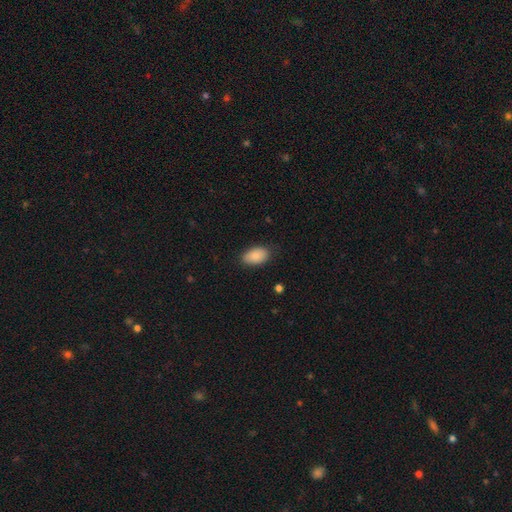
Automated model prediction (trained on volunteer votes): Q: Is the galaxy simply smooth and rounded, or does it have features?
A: smooth — 86%.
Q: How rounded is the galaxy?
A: in between — 93%.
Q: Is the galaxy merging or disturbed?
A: none — 83%.